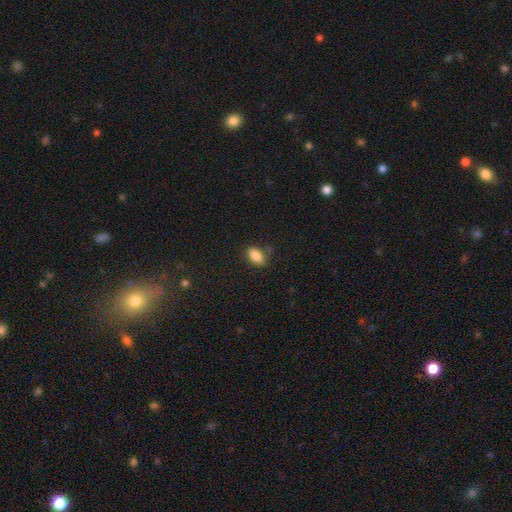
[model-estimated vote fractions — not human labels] smooth 85%, star or artifact 9%, featured or disk 6%. Down the decision tree: how rounded — in between (89%); merging — none (78%).